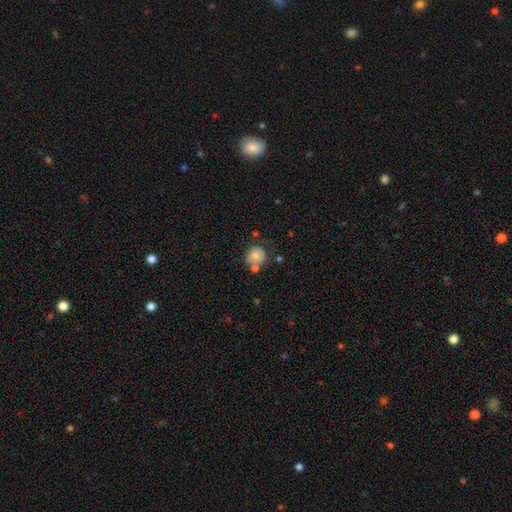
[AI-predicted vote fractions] smooth 73%, featured or disk 18%, star or artifact 9%. Down the decision tree: how rounded — round (84%); merging — none (58%).